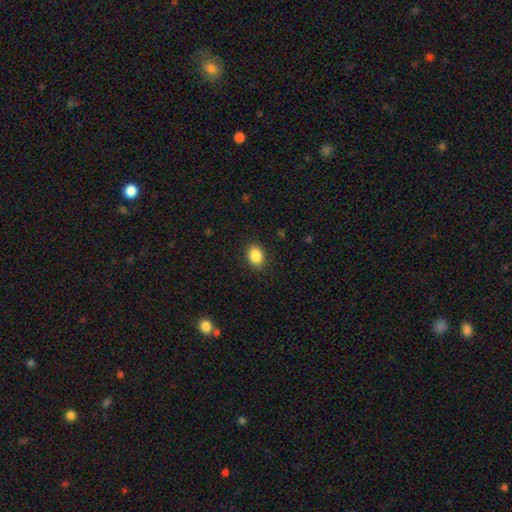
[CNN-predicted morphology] Smooth or featured? smooth (88%)
How rounded? in between (73%)
Merging? none (88%)